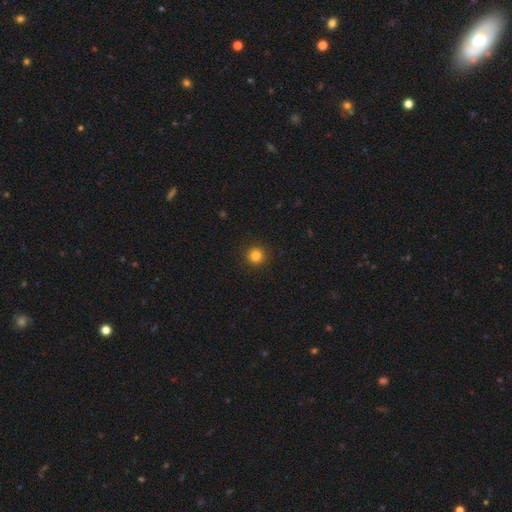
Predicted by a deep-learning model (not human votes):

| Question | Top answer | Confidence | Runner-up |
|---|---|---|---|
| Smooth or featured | smooth | 83% | star or artifact (12%) |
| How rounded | round | 95% | in between (4%) |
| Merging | none | 93% | minor disturbance (5%) |